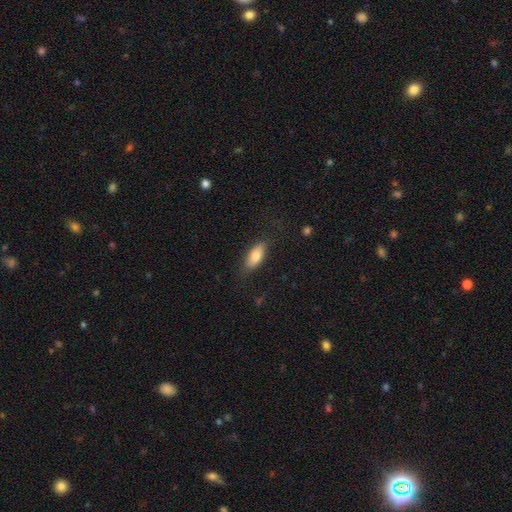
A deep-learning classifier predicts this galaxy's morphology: Smooth or featured? smooth (79%)
How rounded? in between (81%)
Merging? none (77%)